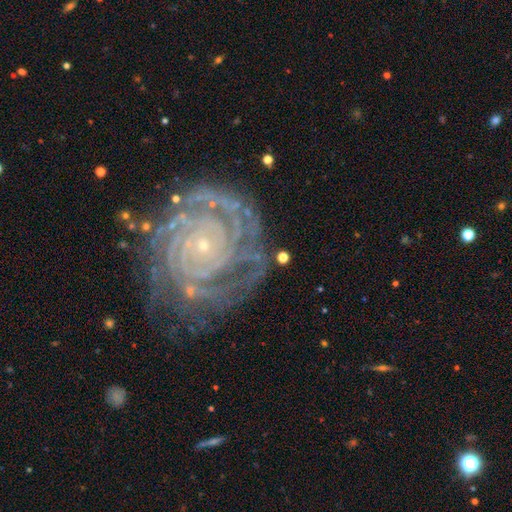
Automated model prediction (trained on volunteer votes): Smooth or featured? featured or disk (90%)
Edge-on disk? no (98%)
Bar? no (81%)
Spiral arms? yes (98%)
Spiral winding? tight (86%)
Spiral arm count? 4 (21%)
Bulge size? small (89%)
Merging? none (69%)